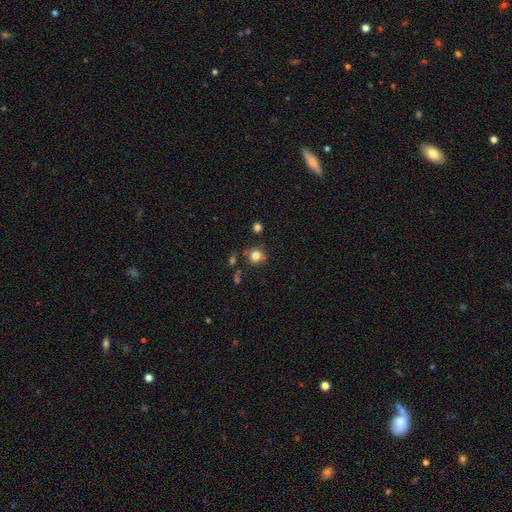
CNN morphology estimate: smooth_or_featured: smooth (p=0.81) [alt: star or artifact p=0.13]
how_rounded: round (p=0.89) [alt: in between p=0.10]
merging: none (p=0.76) [alt: minor disturbance p=0.13]